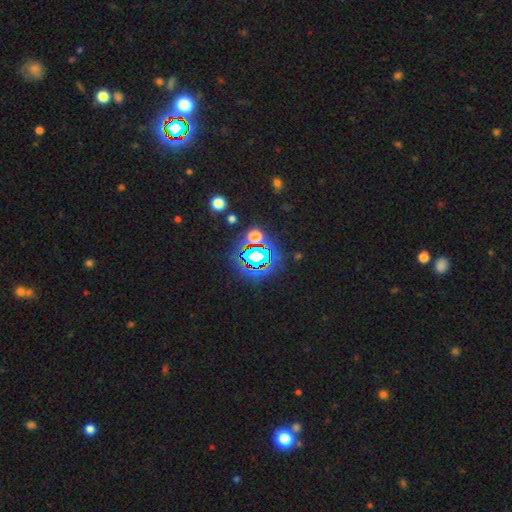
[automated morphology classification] smooth-or-featured: star or artifact: 69% | smooth: 19% | featured or disk: 12%